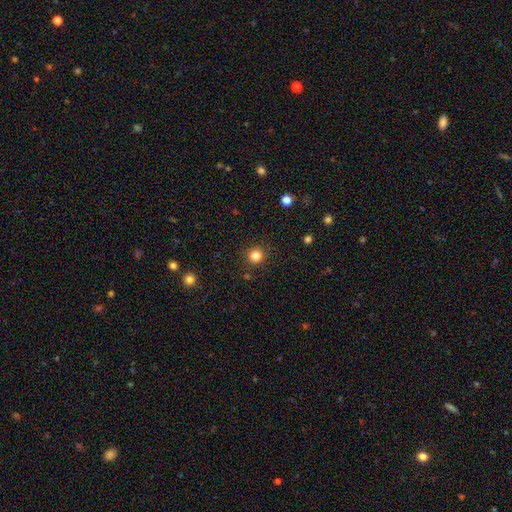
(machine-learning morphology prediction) Smooth or featured: smooth — 82% (star or artifact — 13%)
How rounded: round — 93% (in between — 6%)
Merging: none — 89% (minor disturbance — 7%)